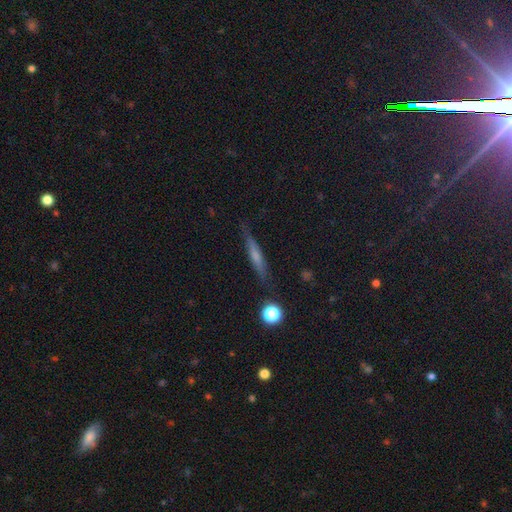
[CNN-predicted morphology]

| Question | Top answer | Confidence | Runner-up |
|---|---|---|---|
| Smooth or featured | smooth | 47% | featured or disk (43%) |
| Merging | none | 83% | minor disturbance (12%) |